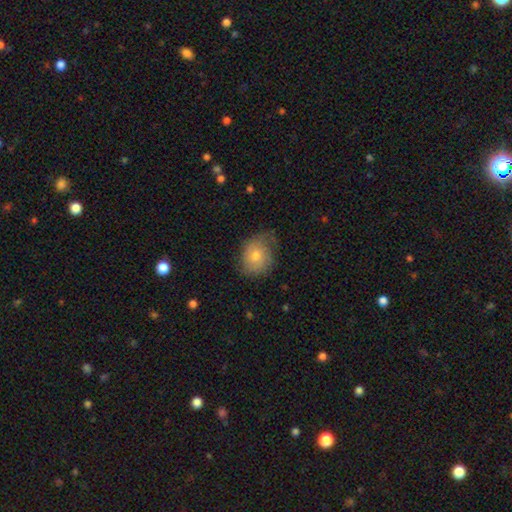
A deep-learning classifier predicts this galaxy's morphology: Overall: smooth (62%; featured or disk 30%). How rounded: round (58%; in between 41%). Merging: none (55%; minor disturbance 32%).